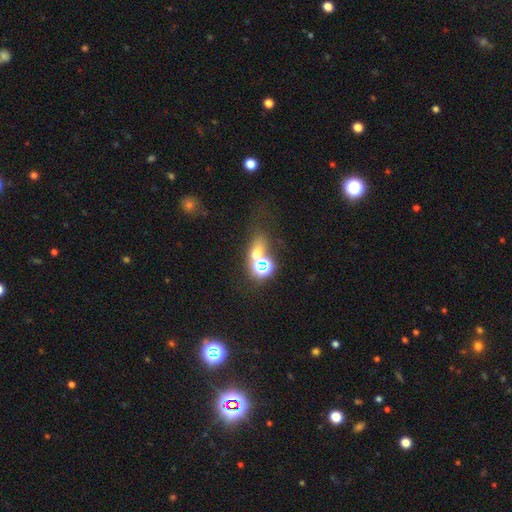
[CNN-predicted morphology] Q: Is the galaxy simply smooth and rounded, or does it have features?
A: smooth — 47%.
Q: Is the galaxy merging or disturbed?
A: none — 45%.